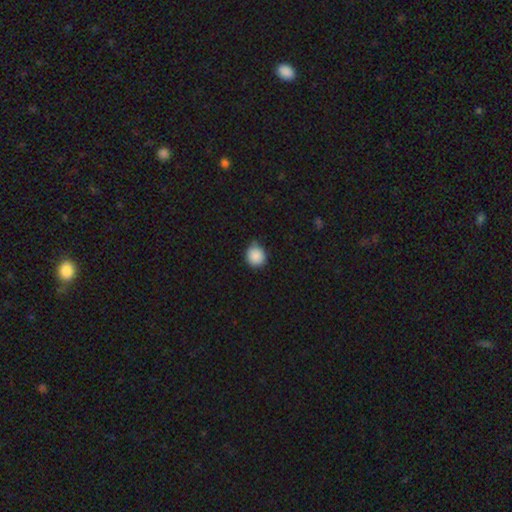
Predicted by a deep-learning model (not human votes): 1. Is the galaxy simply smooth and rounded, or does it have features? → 89% smooth, 9% star or artifact, 3% featured or disk.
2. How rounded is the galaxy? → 86% round, 13% in between, 1% cigar-shaped.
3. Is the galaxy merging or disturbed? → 78% none, 17% minor disturbance, 3% major disturbance, 2% merger.